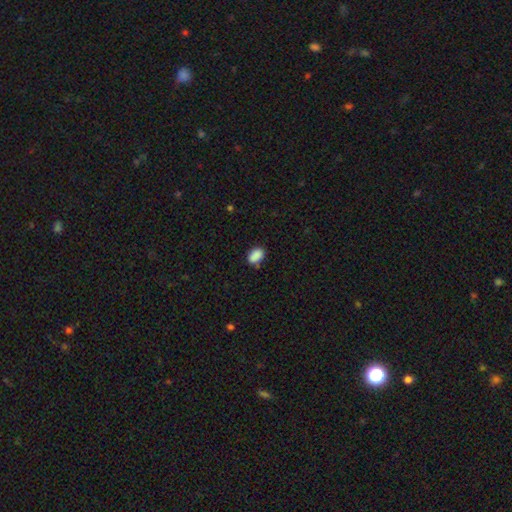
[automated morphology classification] Smooth or featured?
  - smooth: 88% *
  - star or artifact: 9%
  - featured or disk: 4%
How rounded?
  - in between: 84% *
  - round: 15%
  - cigar-shaped: 1%
Merging?
  - none: 73% *
  - minor disturbance: 19%
  - merger: 5%
  - major disturbance: 4%